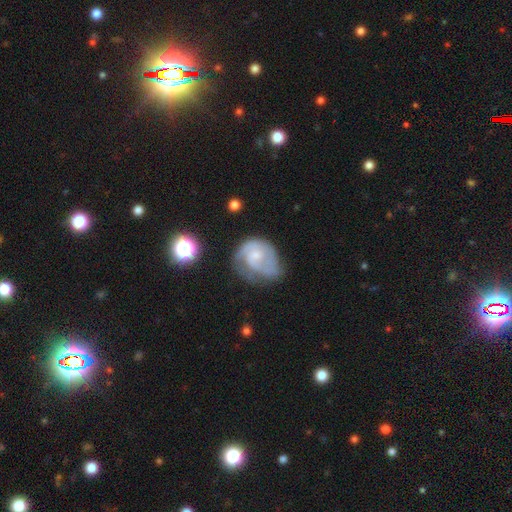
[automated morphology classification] smooth-or-featured: featured or disk: 72% | smooth: 22% | star or artifact: 7%
  disk-edge-on: no: 98% | yes: 2%
    bar: no: 65% | weak: 31% | strong: 4%
    has-spiral-arms: yes: 88% | no: 12%
      spiral-winding: medium: 42% | tight: 41% | loose: 17%
      spiral-arm-count: 2: 49% | 1: 21% | can't tell: 20% | 3: 6% | 4: 2% | more than 4: 2%
    bulge-size: small: 61% | moderate: 28% | none: 8% | large: 2% | dominant: 1%
  merging: none: 41% | minor disturbance: 30% | major disturbance: 25% | merger: 3%